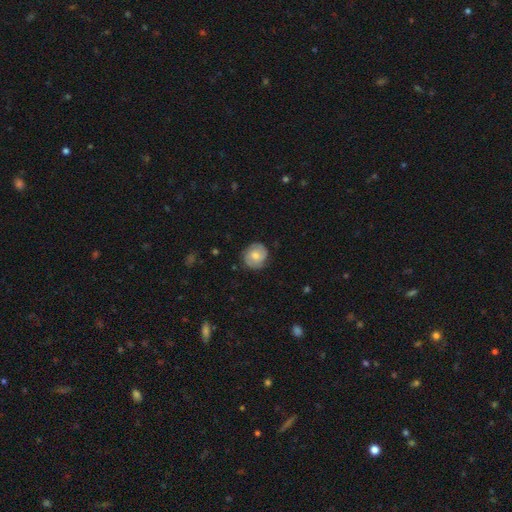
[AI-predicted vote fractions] This is possibly a featured or disk galaxy (48%). Merging: likely none (80%).